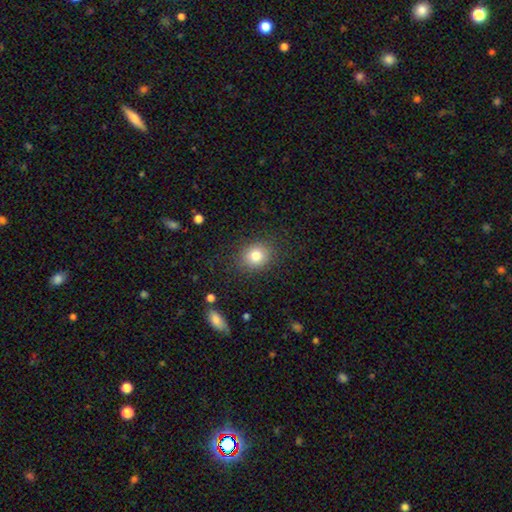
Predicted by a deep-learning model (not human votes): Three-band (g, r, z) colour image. It shows a smooth galaxy with no disk features (81%) that is round (68%). Merging: none (85%).